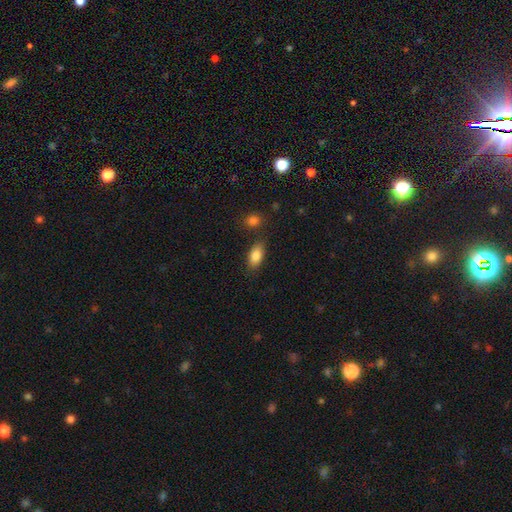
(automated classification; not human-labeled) smooth_or_featured: smooth (p=0.85) [alt: featured or disk p=0.08]
how_rounded: in between (p=0.89) [alt: cigar-shaped p=0.06]
merging: none (p=0.77) [alt: minor disturbance p=0.13]